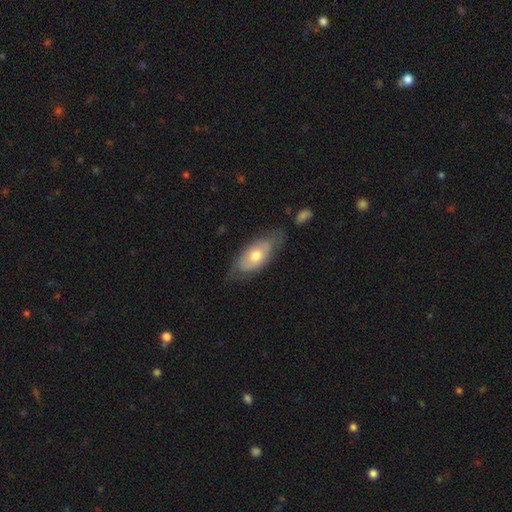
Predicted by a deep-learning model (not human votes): This appears to be a smooth galaxy with no disk features (53%) that is in between round and cigar-shaped (86%). Merging: none (61%).